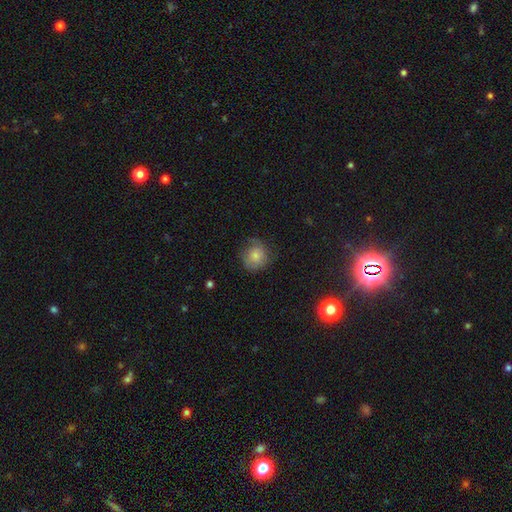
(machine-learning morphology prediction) Q: Smooth or featured?
A: smooth (67%); runner-up: featured or disk (24%)
Q: How rounded?
A: round (86%); runner-up: in between (13%)
Q: Merging?
A: none (61%); runner-up: minor disturbance (26%)